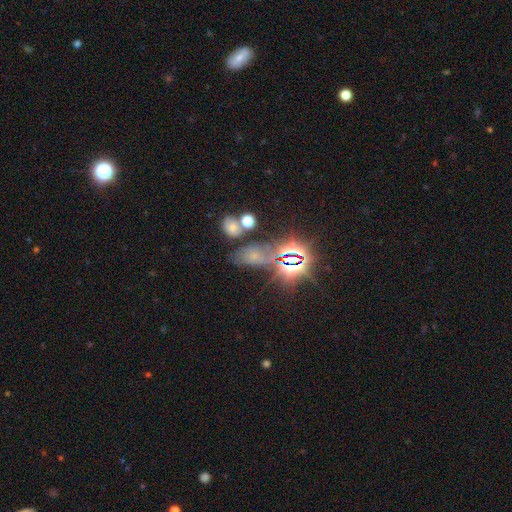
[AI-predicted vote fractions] Q: Smooth or featured?
A: star or artifact (60%); runner-up: smooth (24%)